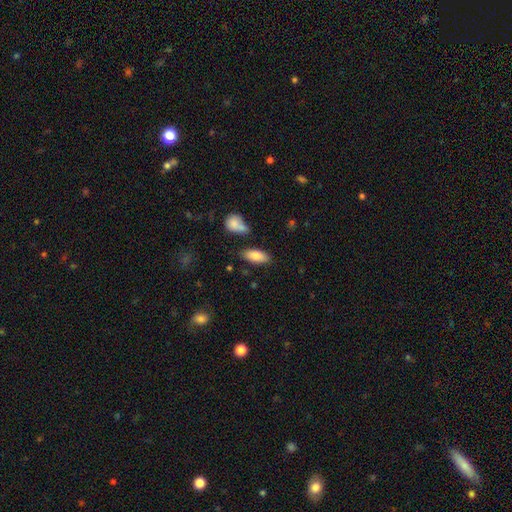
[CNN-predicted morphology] Smooth or featured: smooth — 83% (featured or disk — 10%)
How rounded: in between — 85% (cigar-shaped — 12%)
Merging: none — 76% (minor disturbance — 13%)